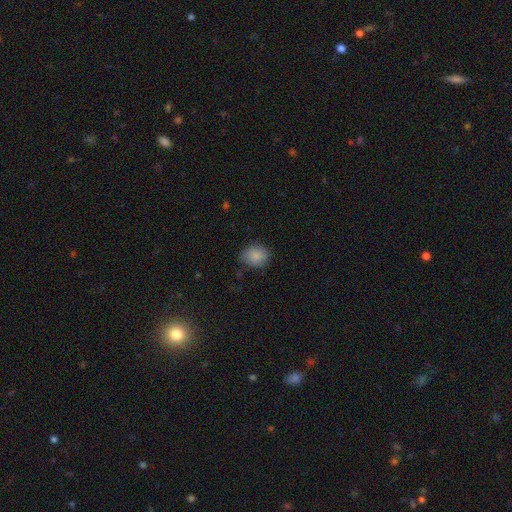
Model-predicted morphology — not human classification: A smooth galaxy with no disk features (86%) that is round (60%). Merging: none (77%).